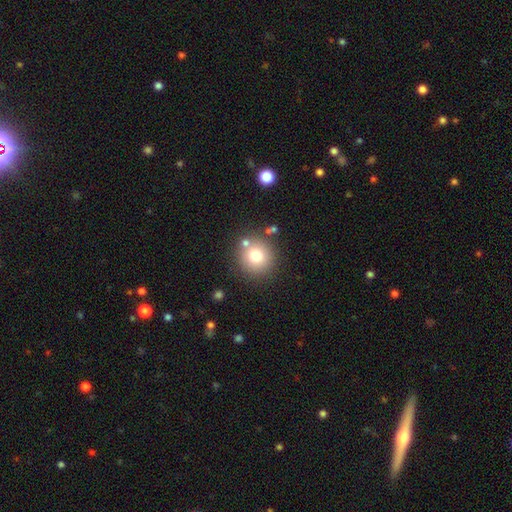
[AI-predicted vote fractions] Q: Smooth or featured?
A: smooth (74%); runner-up: featured or disk (13%)
Q: How rounded?
A: round (91%); runner-up: in between (8%)
Q: Merging?
A: none (79%); runner-up: minor disturbance (9%)